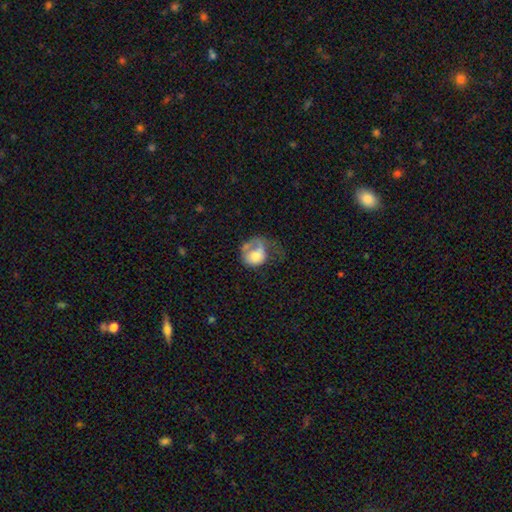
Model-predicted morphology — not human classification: A smooth galaxy with no disk features (59%) that is round (56%).

Vote fractions:
- Smooth or featured? smooth: 59% / featured or disk: 34% / star or artifact: 8%
- How rounded? round: 56% / in between: 43% / cigar-shaped: 1%
- Merging? major disturbance: 52% / none: 20% / minor disturbance: 20% / merger: 8%